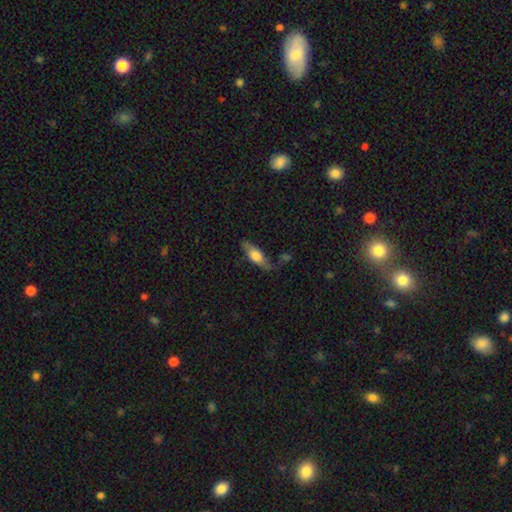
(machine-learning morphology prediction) smooth 58%, featured or disk 36%, star or artifact 6%. Down the decision tree: how rounded — in between (56%); merging — none (65%).